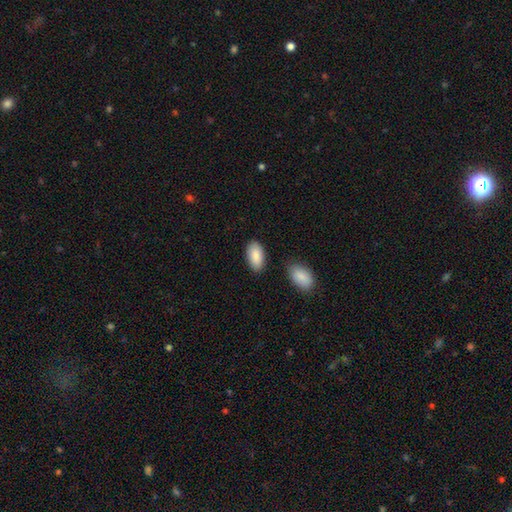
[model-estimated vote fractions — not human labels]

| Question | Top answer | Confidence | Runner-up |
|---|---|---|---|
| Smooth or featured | smooth | 89% | star or artifact (6%) |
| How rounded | in between | 95% | cigar-shaped (3%) |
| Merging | none | 79% | minor disturbance (13%) |